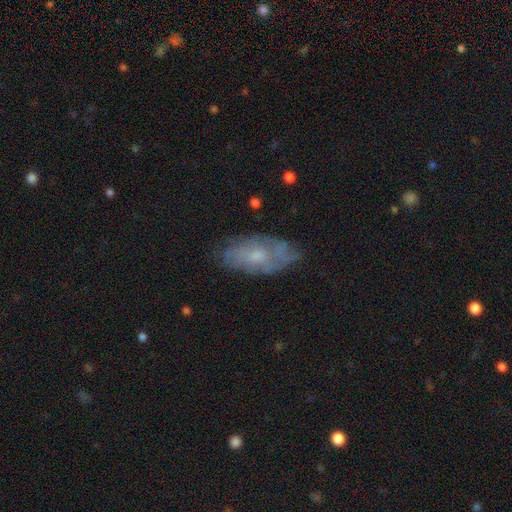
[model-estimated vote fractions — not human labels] Smooth or featured? featured or disk (51%)
Edge-on disk? no (89%)
Merging? none (67%)